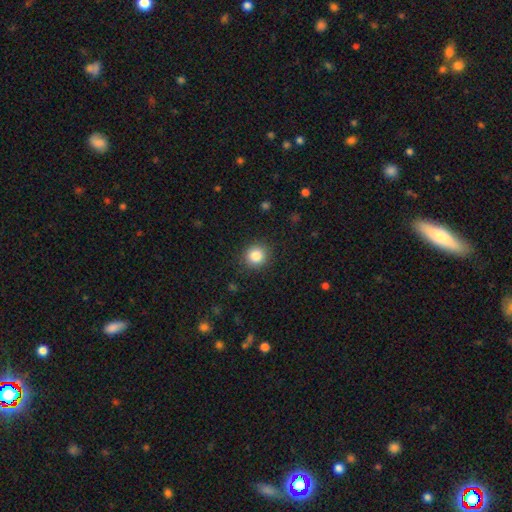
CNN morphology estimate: Smooth or featured? Predicted: smooth (p=0.84). How rounded? Predicted: round (p=0.91). Merging? Predicted: none (p=0.90).